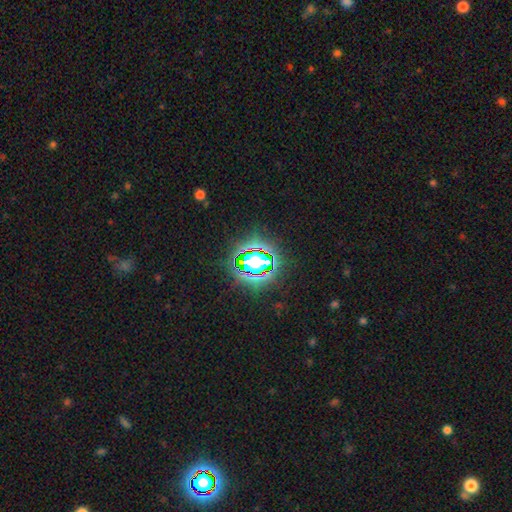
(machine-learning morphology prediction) type=star or artifact (78%).